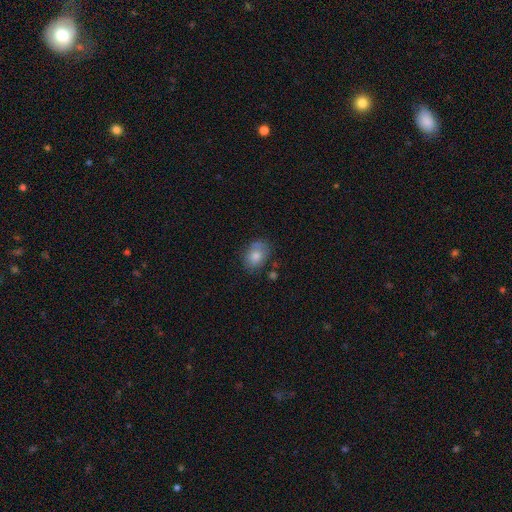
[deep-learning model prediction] Morphology: type=smooth (74%); roundness=in between (65%); merging=none (72%).